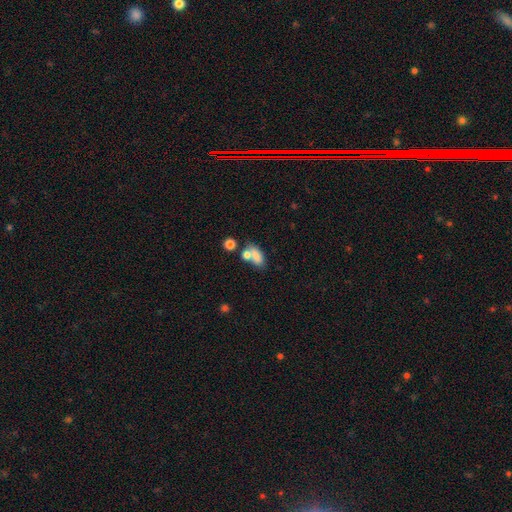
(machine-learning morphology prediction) A smooth galaxy with no disk features (77%) that is in between round and cigar-shaped (82%). Merging: none (41%).